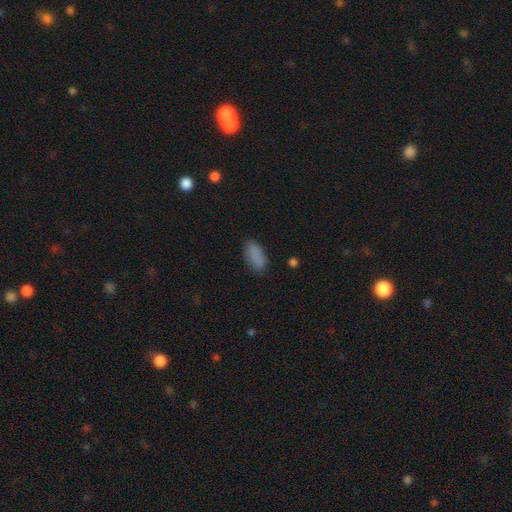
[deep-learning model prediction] Smooth or featured?
  - smooth: 85% *
  - star or artifact: 9%
  - featured or disk: 6%
How rounded?
  - in between: 92% *
  - cigar-shaped: 5%
  - round: 3%
Merging?
  - none: 78% *
  - minor disturbance: 16%
  - major disturbance: 4%
  - merger: 2%